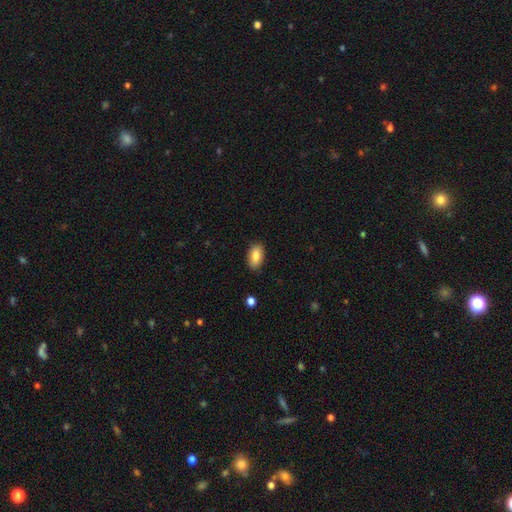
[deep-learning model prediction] smooth-or-featured: smooth: 86% | featured or disk: 7% | star or artifact: 7%
  how-rounded: in between: 92% | round: 5% | cigar-shaped: 3%
  merging: none: 86% | minor disturbance: 11% | major disturbance: 2% | merger: 1%